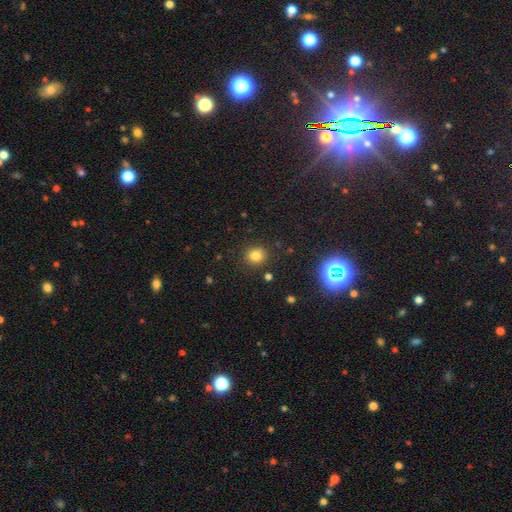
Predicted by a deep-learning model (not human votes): Smooth or featured? smooth (77%)
How rounded? round (81%)
Merging? none (86%)